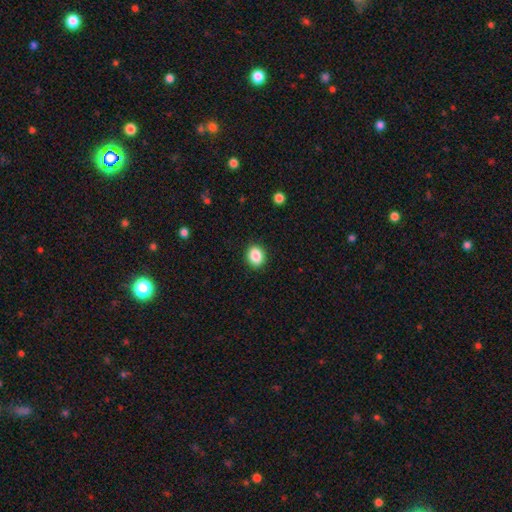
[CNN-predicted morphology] Smooth or featured: smooth — 87% (star or artifact — 9%)
How rounded: round — 54% (in between — 45%)
Merging: none — 90% (minor disturbance — 7%)